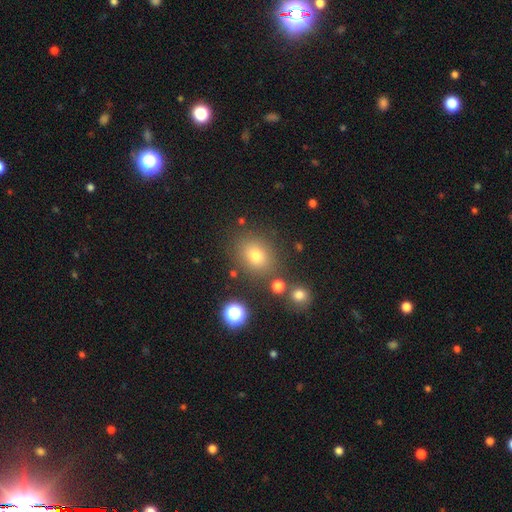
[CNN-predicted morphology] smooth 71%, star or artifact 19%, featured or disk 10%. Down the decision tree: how rounded — round (57%); merging — none (81%).